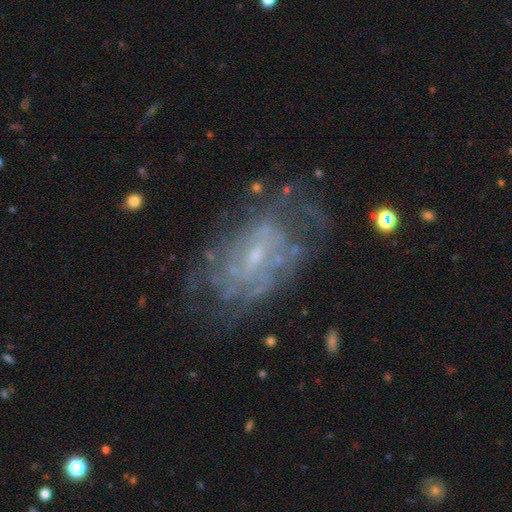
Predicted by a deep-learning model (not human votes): This appears to be a featured or disk galaxy (80%) with a weak bar (46%), tight (56%) spiral arms (80%) and a small central bulge (72%). Merging: none (65%).